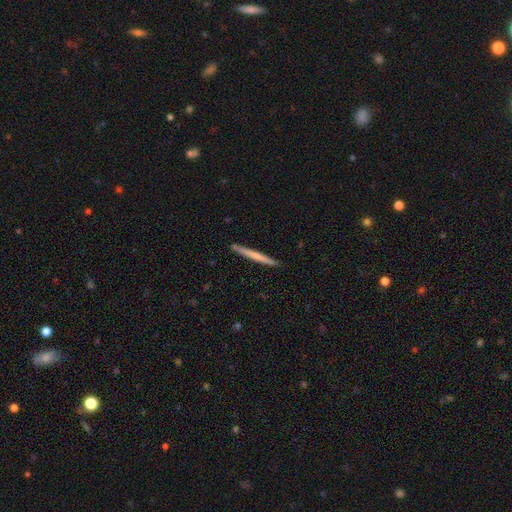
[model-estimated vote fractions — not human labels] Overall: smooth (53%; featured or disk 42%). How rounded: cigar-shaped (97%). Merging: none (92%).